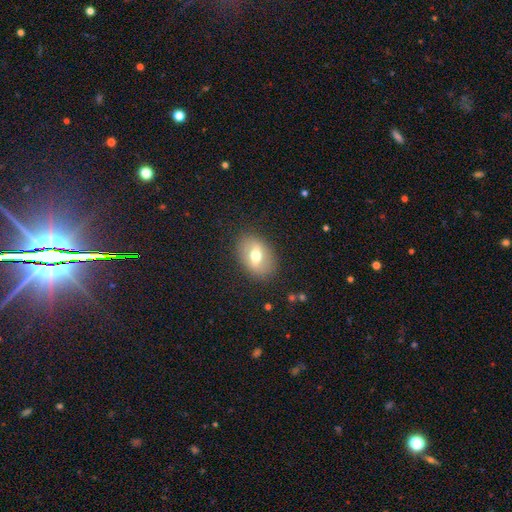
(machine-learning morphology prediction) smooth_or_featured: smooth (p=0.58) [alt: featured or disk p=0.34]
how_rounded: in between (p=0.75) [alt: round p=0.24]
merging: none (p=0.84) [alt: minor disturbance p=0.11]